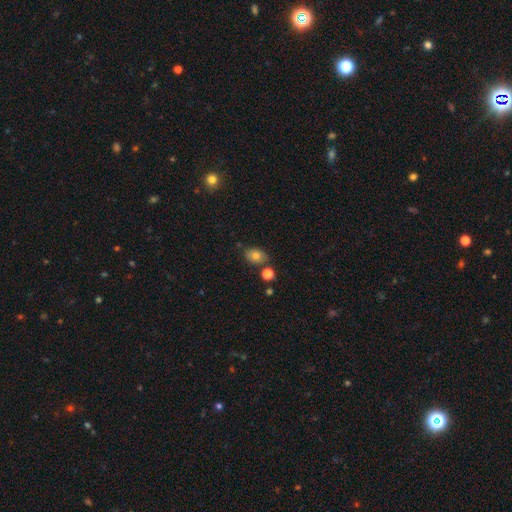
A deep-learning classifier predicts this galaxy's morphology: A smooth galaxy with no disk features (77%) that is in between round and cigar-shaped (67%). Merging: none (76%).